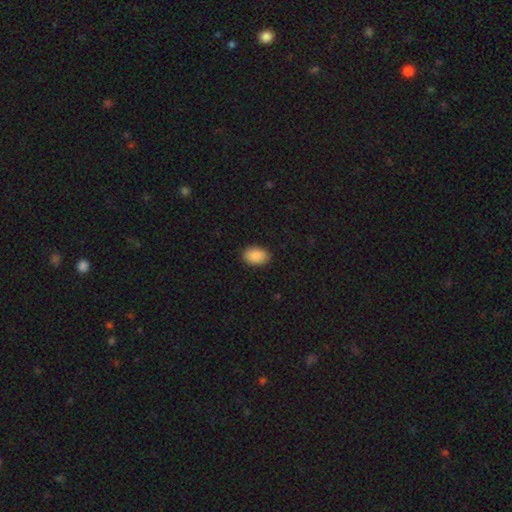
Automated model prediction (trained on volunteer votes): Smooth or featured? smooth (90%)
How rounded? in between (83%)
Merging? none (89%)